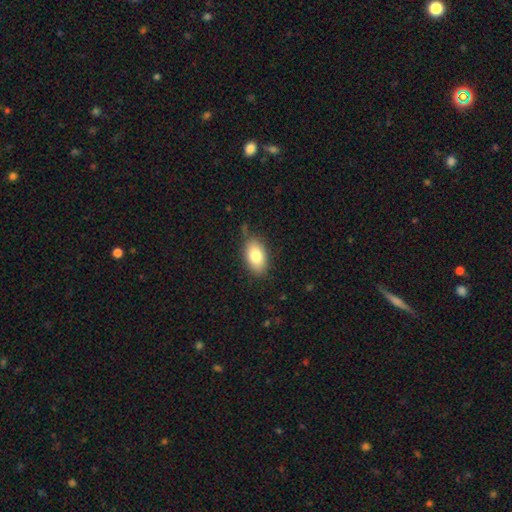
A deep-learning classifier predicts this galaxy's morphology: Smooth or featured? smooth (80%)
How rounded? in between (92%)
Merging? none (80%)